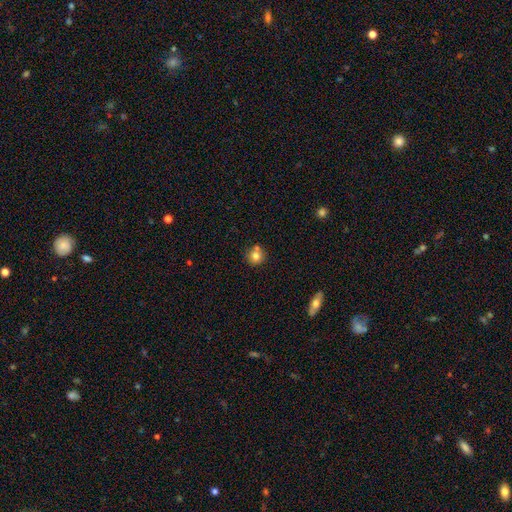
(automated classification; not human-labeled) Smooth or featured: smooth — 76% (featured or disk — 13%)
How rounded: round — 90% (in between — 9%)
Merging: none — 64% (merger — 23%)